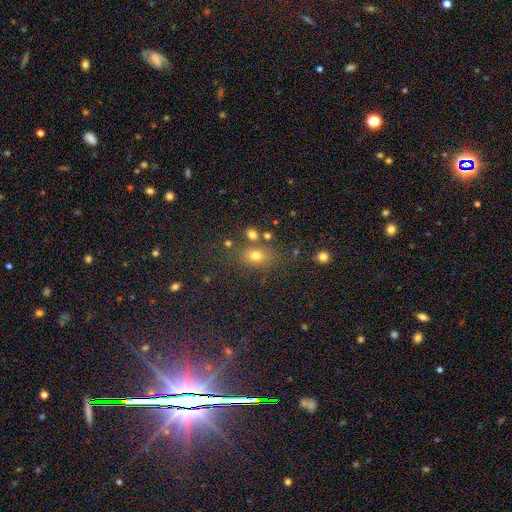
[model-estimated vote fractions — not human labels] The model was most divided on "how rounded": in between: 60%, round: 38%, cigar-shaped: 2%. More confident: smooth or featured — smooth (71%); merging — none (70%).